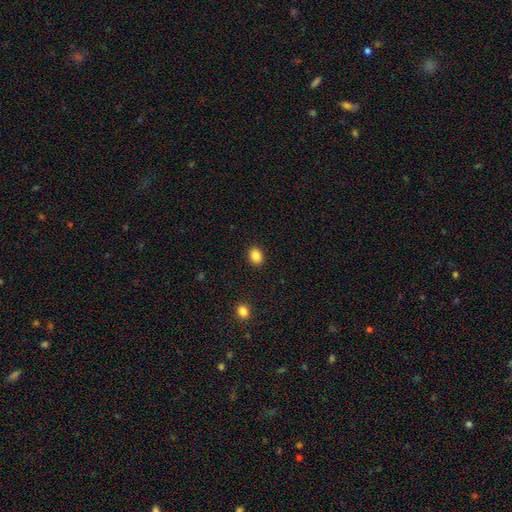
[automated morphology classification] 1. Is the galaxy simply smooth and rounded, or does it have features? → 87% smooth, 9% star or artifact, 4% featured or disk.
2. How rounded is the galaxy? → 57% in between, 42% round, 1% cigar-shaped.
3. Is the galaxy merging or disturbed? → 90% none, 7% minor disturbance, 2% major disturbance, 1% merger.